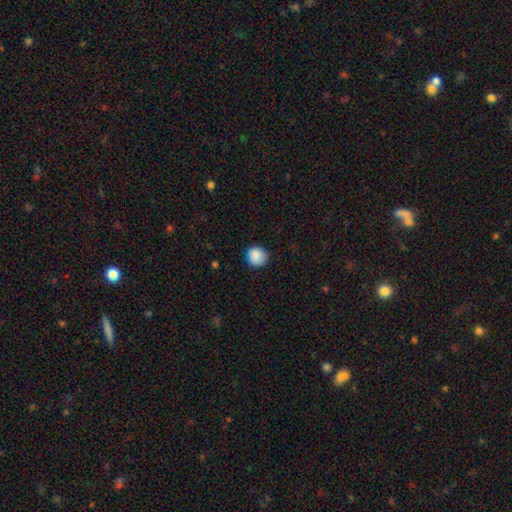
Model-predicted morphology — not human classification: smooth_or_featured: smooth (p=0.87) [alt: star or artifact p=0.08]
how_rounded: round (p=0.89) [alt: in between p=0.10]
merging: none (p=0.79) [alt: minor disturbance p=0.17]